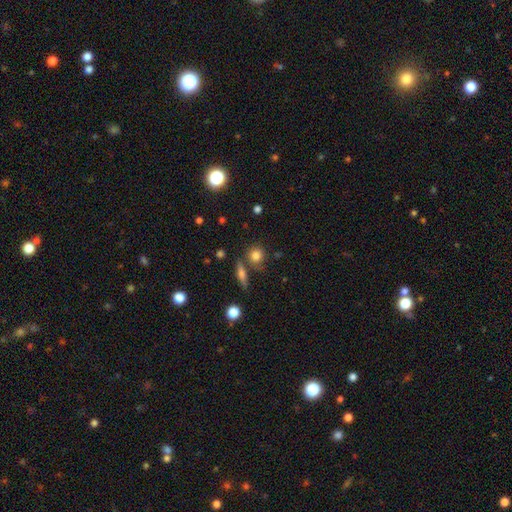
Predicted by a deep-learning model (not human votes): smooth_or_featured: smooth (p=0.79) [alt: star or artifact p=0.11]
how_rounded: round (p=0.84) [alt: in between p=0.13]
merging: none (p=0.73) [alt: merger p=0.13]